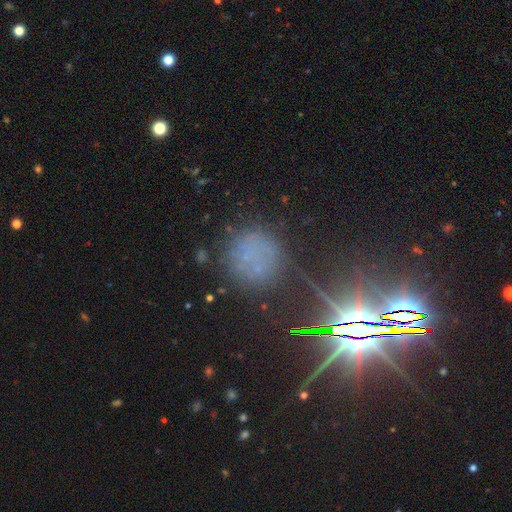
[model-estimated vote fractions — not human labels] Smooth or featured?
  - star or artifact: 47% *
  - smooth: 36%
  - featured or disk: 17%